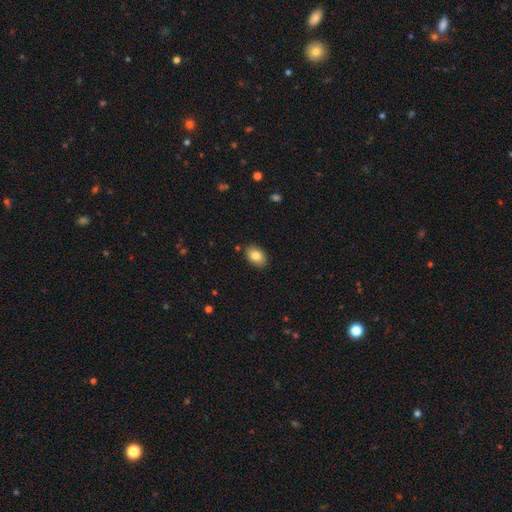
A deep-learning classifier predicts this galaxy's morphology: Smooth or featured: smooth — 84% (featured or disk — 9%)
How rounded: in between — 85% (round — 14%)
Merging: none — 87% (minor disturbance — 10%)